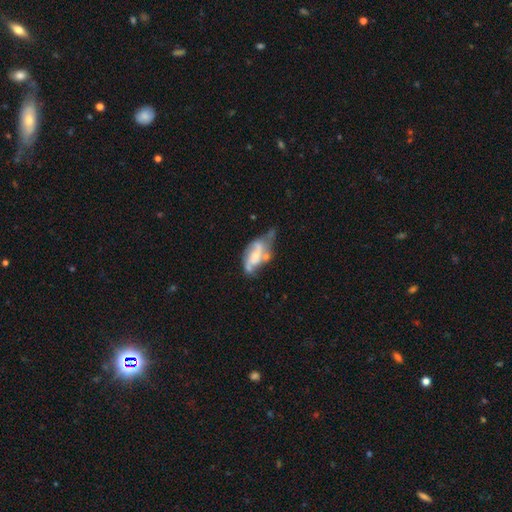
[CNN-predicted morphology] This is likely a featured or disk galaxy (69%). It is clearly not viewed edge-on (94%). Bar: possibly no (55%). Spiral arm pattern: likely yes (79%). Spiral arm count: likely 2 (66%). Spiral winding: marginally medium (43%). Central bulge: possibly small (48%). Merging: marginally none (29%).